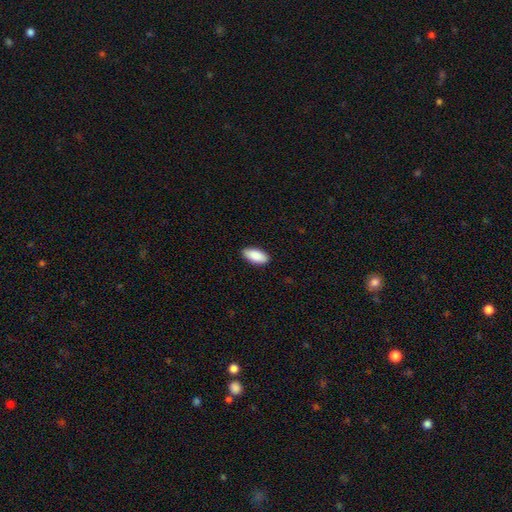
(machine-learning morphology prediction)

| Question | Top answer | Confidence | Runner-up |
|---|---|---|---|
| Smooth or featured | smooth | 90% | star or artifact (6%) |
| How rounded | in between | 91% | cigar-shaped (8%) |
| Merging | none | 89% | minor disturbance (9%) |